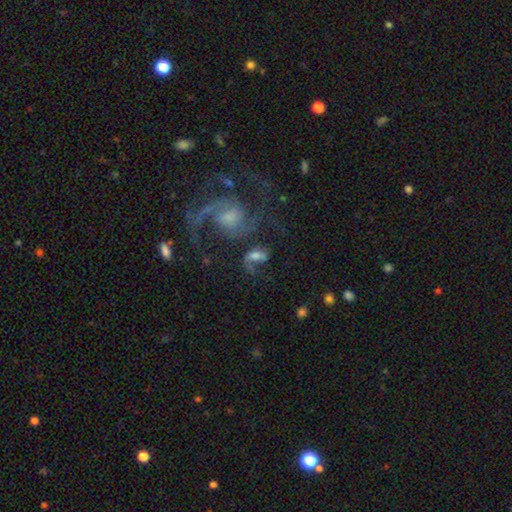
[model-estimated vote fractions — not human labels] Q: Smooth or featured?
A: featured or disk (62%); runner-up: smooth (25%)
Q: Edge-on disk?
A: no (96%); runner-up: yes (4%)
Q: Bar?
A: no (41%); runner-up: weak (38%)
Q: Spiral arms?
A: yes (86%); runner-up: no (14%)
Q: Spiral winding?
A: loose (53%); runner-up: medium (34%)
Q: Spiral arm count?
A: 2 (74%); runner-up: 1 (13%)
Q: Bulge size?
A: moderate (44%); runner-up: small (30%)
Q: Merging?
A: none (35%); runner-up: major disturbance (26%)